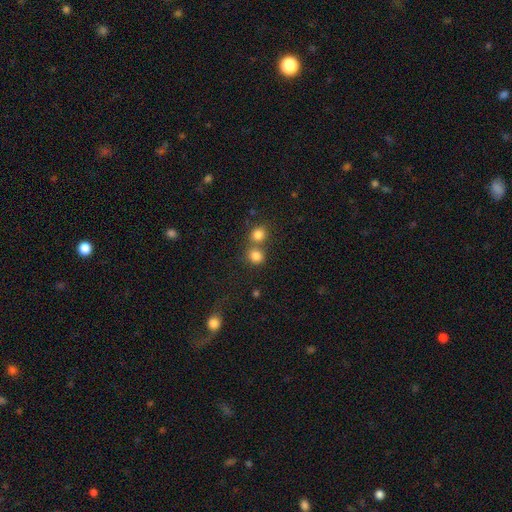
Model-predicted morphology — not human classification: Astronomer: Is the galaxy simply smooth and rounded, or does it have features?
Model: smooth — 81%.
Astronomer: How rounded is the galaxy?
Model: round — 80%.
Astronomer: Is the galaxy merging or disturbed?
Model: none — 52% (runner-up: merger, 38%).